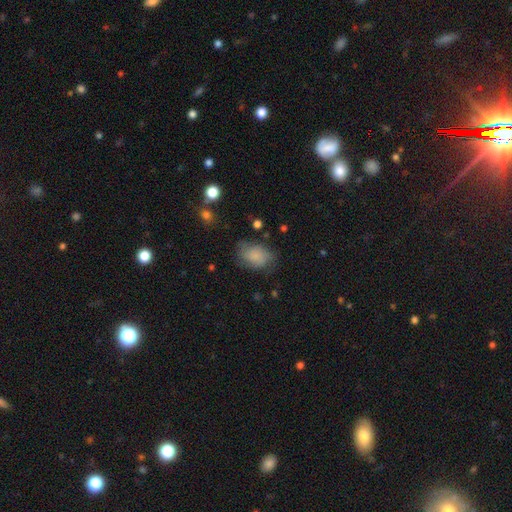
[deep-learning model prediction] This is likely a smooth galaxy (71%). How rounded: likely in between (76%). Merging: possibly none (59%).